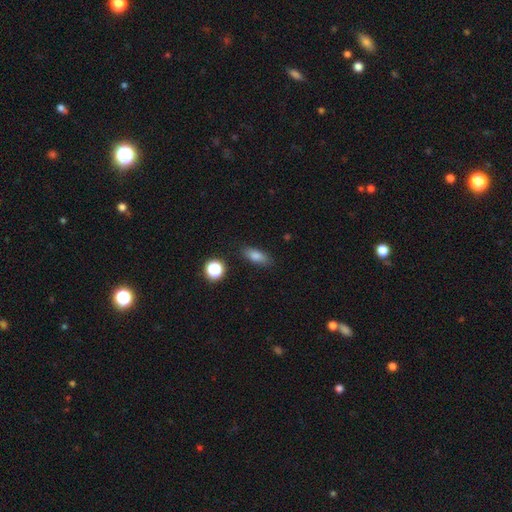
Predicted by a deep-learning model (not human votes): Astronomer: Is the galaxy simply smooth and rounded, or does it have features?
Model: smooth — 80%.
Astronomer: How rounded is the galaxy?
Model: in between — 72%.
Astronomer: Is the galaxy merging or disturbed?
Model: none — 85%.